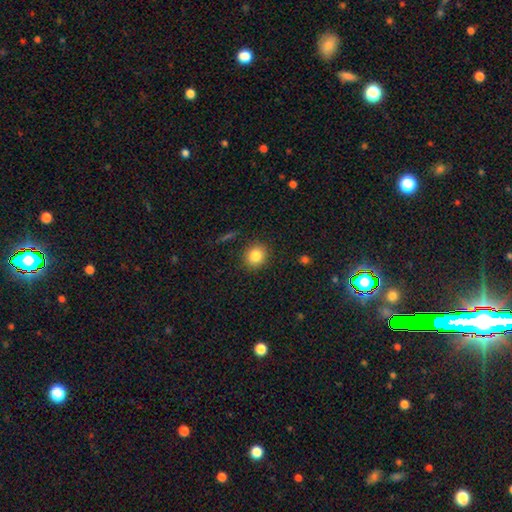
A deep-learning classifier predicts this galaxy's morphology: A smooth galaxy with no disk features (83%) that is round (77%).

Vote fractions:
- Smooth or featured? smooth: 83% / star or artifact: 10% / featured or disk: 7%
- How rounded? round: 77% / in between: 22% / cigar-shaped: 1%
- Merging? none: 88% / minor disturbance: 8% / major disturbance: 2% / merger: 1%